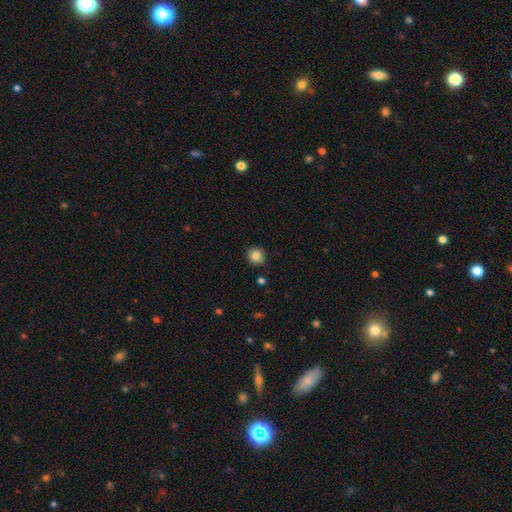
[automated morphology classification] smooth_or_featured: smooth (p=0.84) [alt: star or artifact p=0.10]
how_rounded: round (p=0.88) [alt: in between p=0.11]
merging: none (p=0.89) [alt: minor disturbance p=0.07]